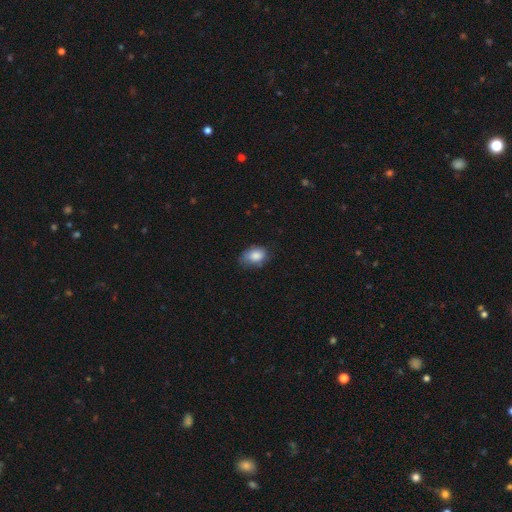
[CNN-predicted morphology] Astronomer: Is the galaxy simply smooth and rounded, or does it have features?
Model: smooth — 84%.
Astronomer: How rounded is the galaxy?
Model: in between — 75%.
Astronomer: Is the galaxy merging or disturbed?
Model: none — 62%.